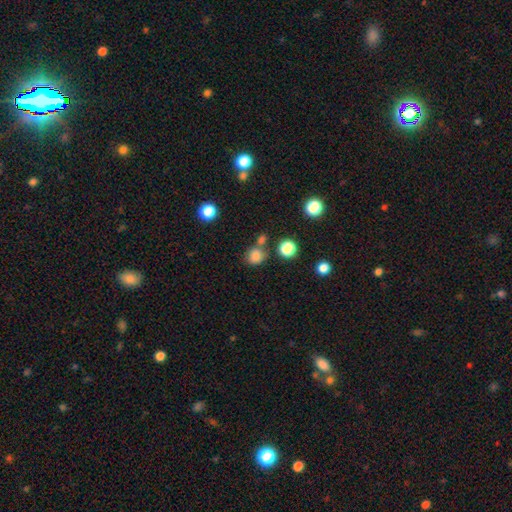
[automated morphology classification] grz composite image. It shows a smooth galaxy with no disk features (80%) that is round (74%). Merging: none (64%).